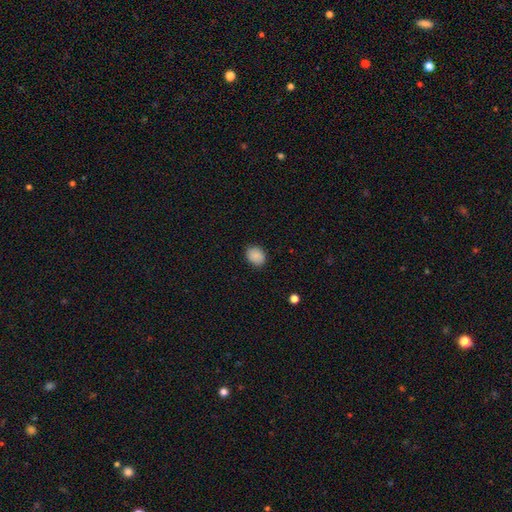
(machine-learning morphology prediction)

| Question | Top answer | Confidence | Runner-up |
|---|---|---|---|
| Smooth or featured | smooth | 88% | star or artifact (8%) |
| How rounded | in between | 53% | round (46%) |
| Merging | none | 87% | minor disturbance (10%) |